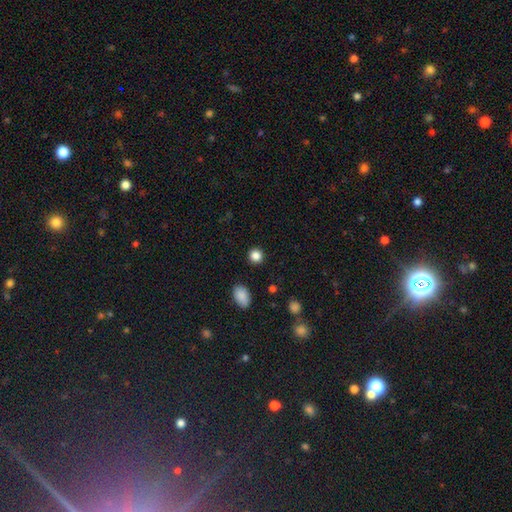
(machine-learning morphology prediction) This is clearly a smooth galaxy (86%). How rounded: clearly round (88%). Merging: clearly none (91%).